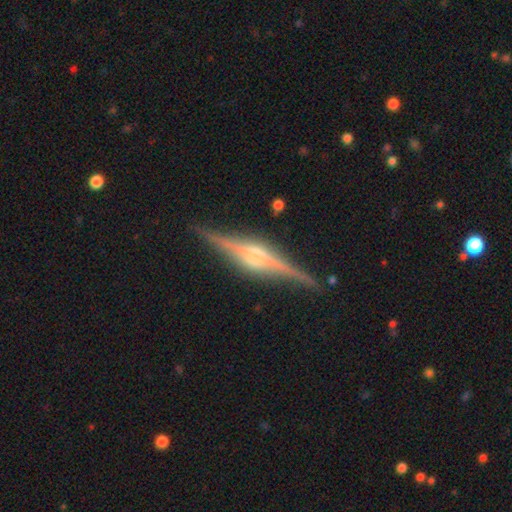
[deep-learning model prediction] Q: Smooth or featured?
A: featured or disk (88%); runner-up: smooth (7%)
Q: Edge-on disk?
A: yes (98%); runner-up: no (2%)
Q: Edge-on bulge?
A: rounded (80%); runner-up: boxy (16%)
Q: Merging?
A: none (89%); runner-up: minor disturbance (8%)